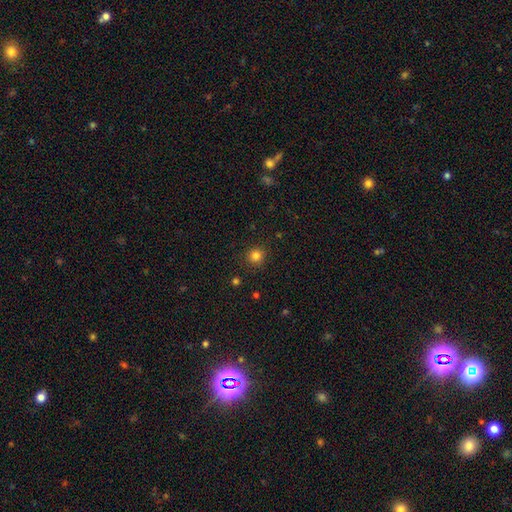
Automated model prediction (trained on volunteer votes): Morphology: type=smooth (82%); roundness=round (94%); merging=none (90%).